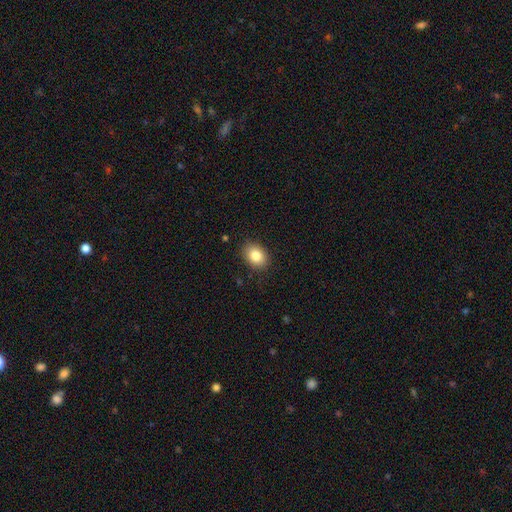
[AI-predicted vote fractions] smooth 83%, star or artifact 9%, featured or disk 8%. Down the decision tree: how rounded — in between (68%); merging — none (87%).